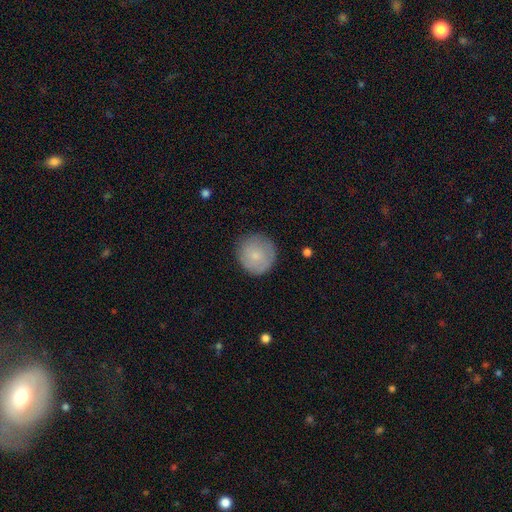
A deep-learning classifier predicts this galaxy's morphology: A smooth galaxy with no disk features (72%) that is round (93%).

Vote fractions:
- Smooth or featured? smooth: 72% / featured or disk: 21% / star or artifact: 7%
- How rounded? round: 93% / in between: 6% / cigar-shaped: 1%
- Merging? none: 83% / minor disturbance: 13% / major disturbance: 3% / merger: 1%